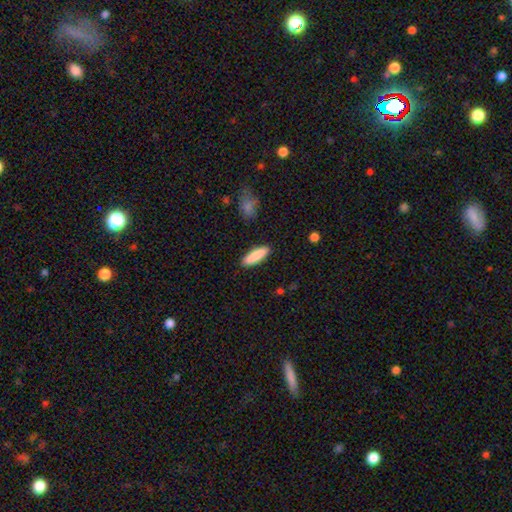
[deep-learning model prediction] smooth_or_featured: smooth (p=0.87) [alt: featured or disk p=0.07]
how_rounded: cigar-shaped (p=0.64) [alt: in between p=0.35]
merging: none (p=0.90) [alt: minor disturbance p=0.07]